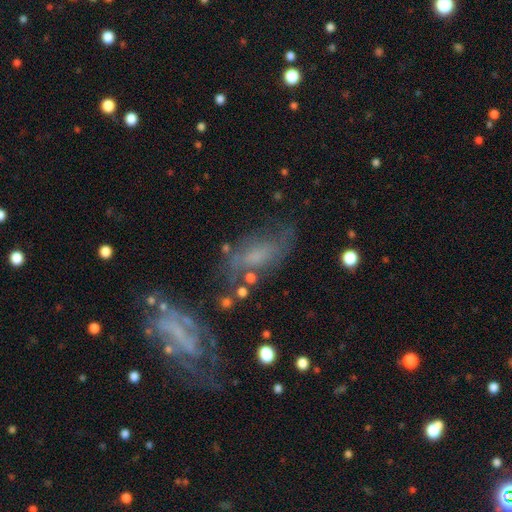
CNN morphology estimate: type=featured or disk (49%); merging=none (49%).